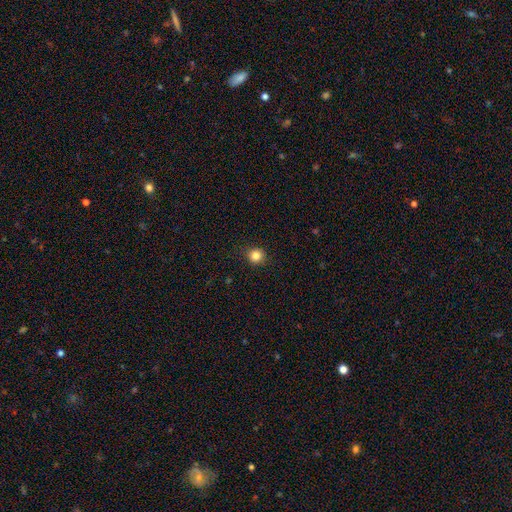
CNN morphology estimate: The model was most divided on "smooth or featured": smooth: 84%, star or artifact: 12%, featured or disk: 5%. More confident: merging — none (90%); how rounded — round (90%).